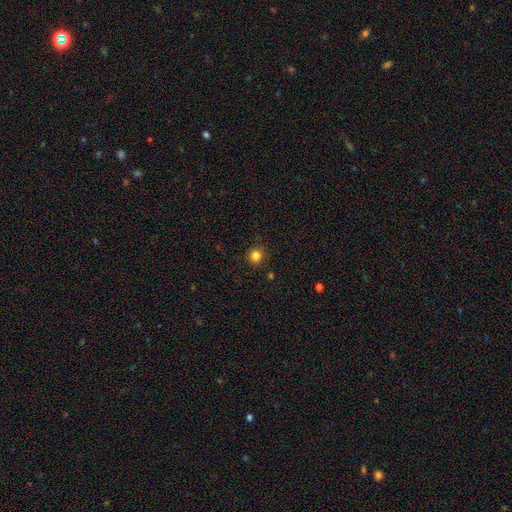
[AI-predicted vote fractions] The model was most divided on "smooth or featured": smooth: 83%, star or artifact: 13%, featured or disk: 4%. More confident: how rounded — round (92%); merging — none (90%).